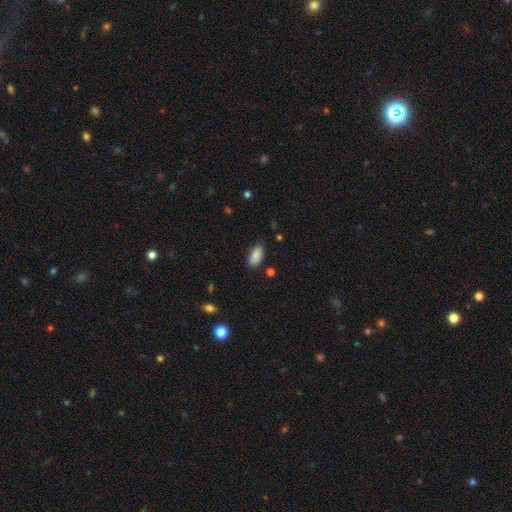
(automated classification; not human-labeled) Morphology: type=smooth (88%); roundness=in between (91%); merging=none (80%).